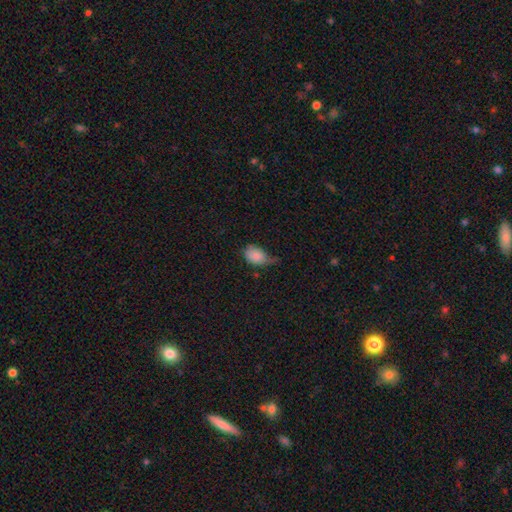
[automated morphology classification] Q: Smooth or featured?
A: smooth (82%); runner-up: featured or disk (10%)
Q: How rounded?
A: in between (81%); runner-up: round (18%)
Q: Merging?
A: minor disturbance (45%); runner-up: none (28%)